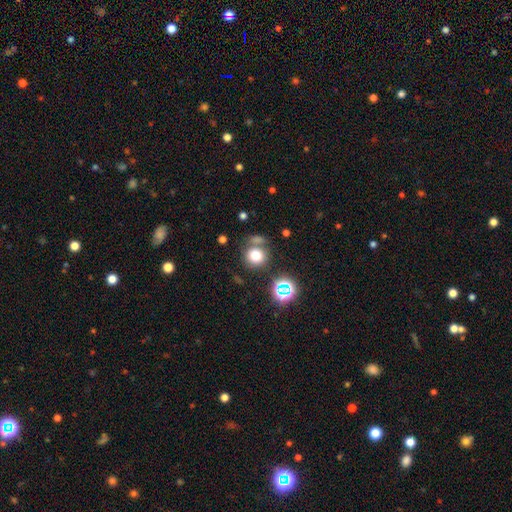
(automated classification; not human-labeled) Morphology: type=smooth (73%); roundness=round (86%); merging=none (68%).